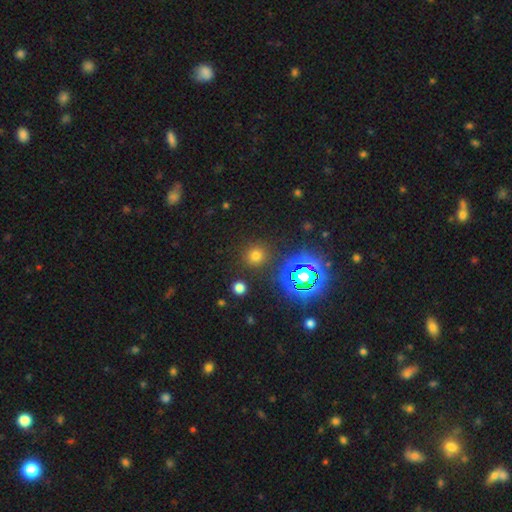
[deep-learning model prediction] Smooth or featured: smooth — 64% (star or artifact — 29%)
How rounded: round — 91% (in between — 8%)
Merging: none — 87% (minor disturbance — 7%)